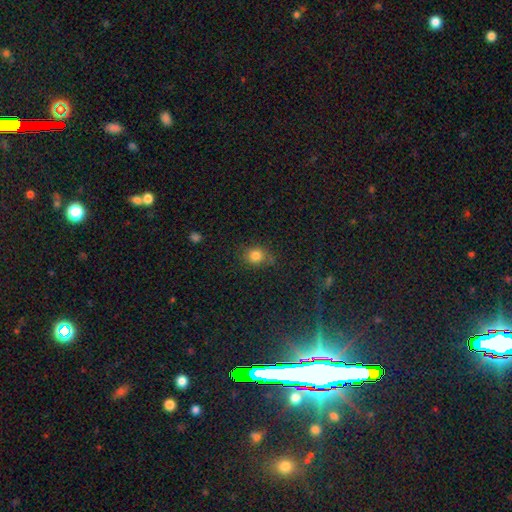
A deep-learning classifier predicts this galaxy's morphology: This appears to be a smooth galaxy with no disk features (81%) that is round (74%). Merging: none (74%).